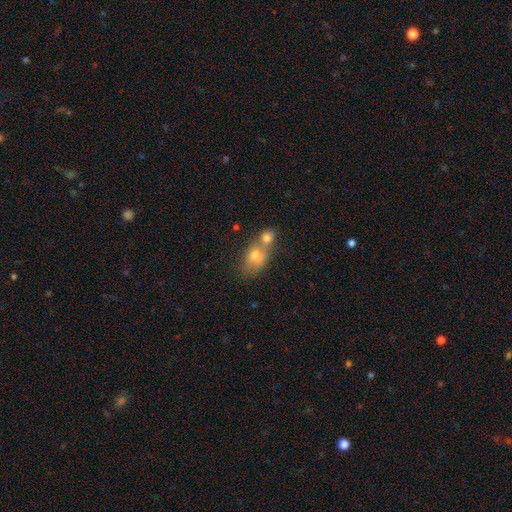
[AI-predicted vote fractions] Overall: smooth (68%). How rounded: in between (55%; round 42%). Merging: merger (58%; none 30%).